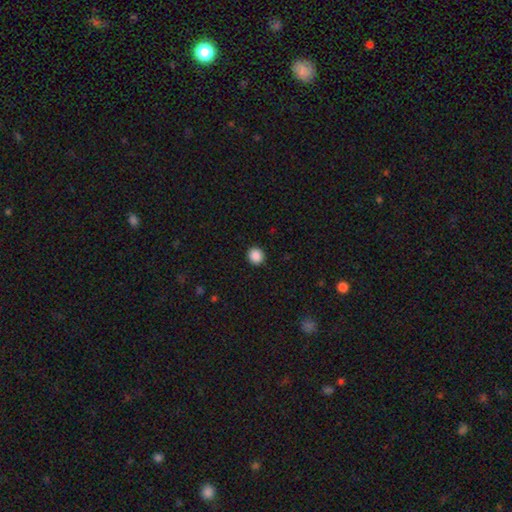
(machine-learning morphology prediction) A smooth galaxy with no disk features (88%) that is round (92%). Merging: none (92%).